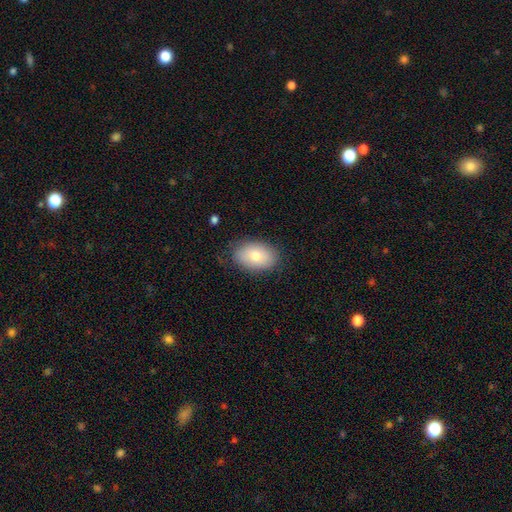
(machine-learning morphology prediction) smooth_or_featured: smooth (p=0.77) [alt: featured or disk p=0.16]
how_rounded: in between (p=0.87) [alt: round p=0.12]
merging: none (p=0.82) [alt: minor disturbance p=0.14]